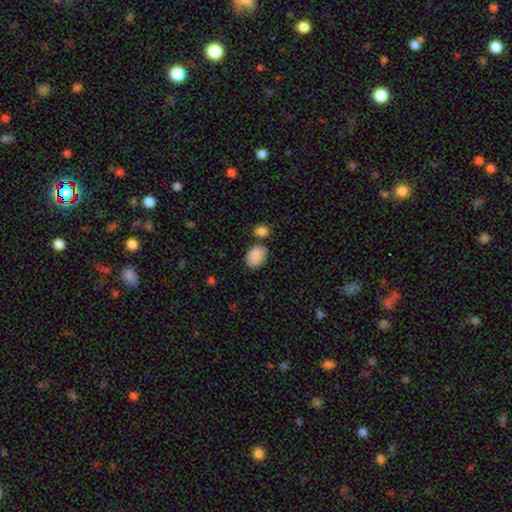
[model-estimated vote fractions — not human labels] The model was most divided on "how rounded": in between: 75%, round: 24%, cigar-shaped: 1%. More confident: smooth or featured — smooth (89%); merging — none (70%).